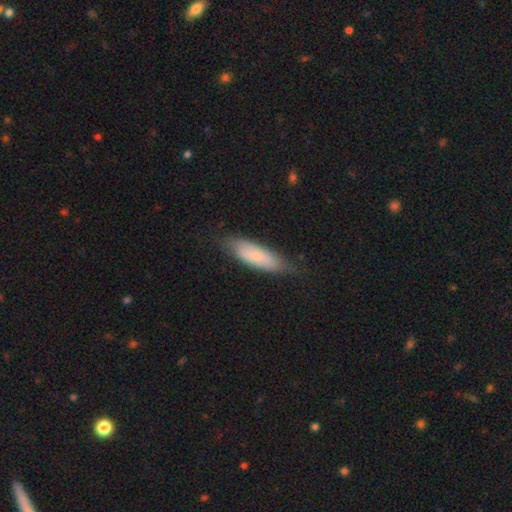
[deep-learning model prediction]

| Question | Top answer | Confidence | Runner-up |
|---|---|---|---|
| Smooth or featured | smooth | 70% | featured or disk (24%) |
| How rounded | in between | 54% | cigar-shaped (44%) |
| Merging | none | 73% | minor disturbance (21%) |